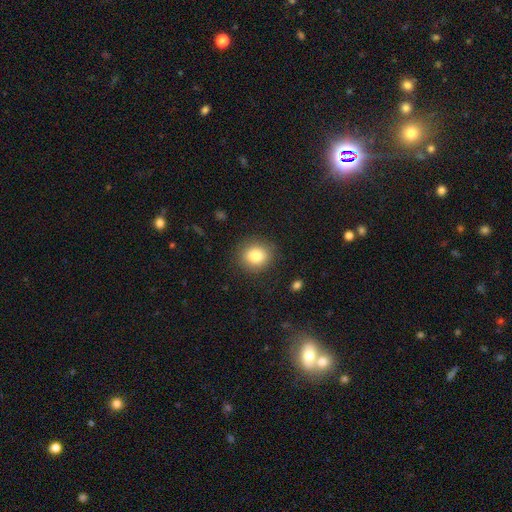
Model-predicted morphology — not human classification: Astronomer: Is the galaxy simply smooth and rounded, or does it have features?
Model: smooth — 83%.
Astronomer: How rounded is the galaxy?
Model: round — 84%.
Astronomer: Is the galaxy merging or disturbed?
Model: none — 87%.